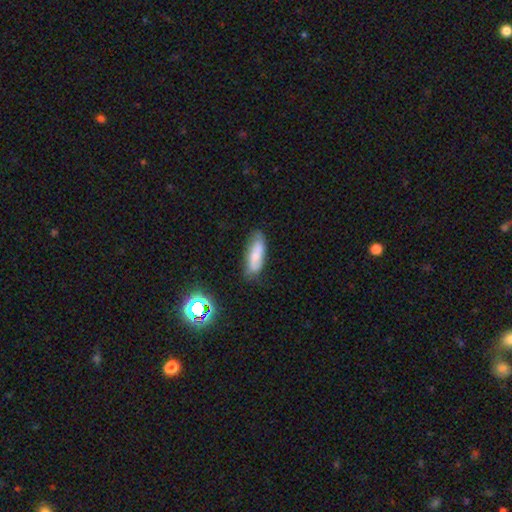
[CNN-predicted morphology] Smooth or featured: smooth — 70% (featured or disk — 22%)
How rounded: in between — 57% (cigar-shaped — 41%)
Merging: none — 68% (minor disturbance — 24%)